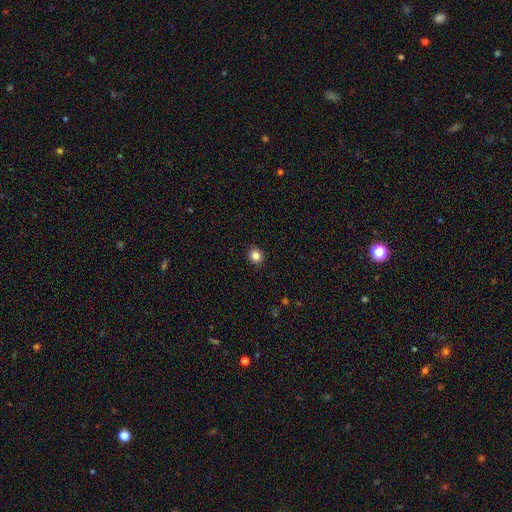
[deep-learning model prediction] Smooth or featured? Predicted: smooth (p=0.85). How rounded? Predicted: round (p=0.83). Merging? Predicted: none (p=0.91).